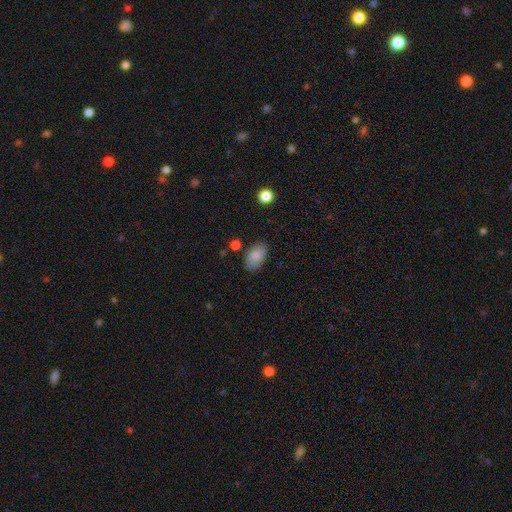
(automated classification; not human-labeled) Overall: smooth (85%). How rounded: in between (92%). Merging: none (80%).